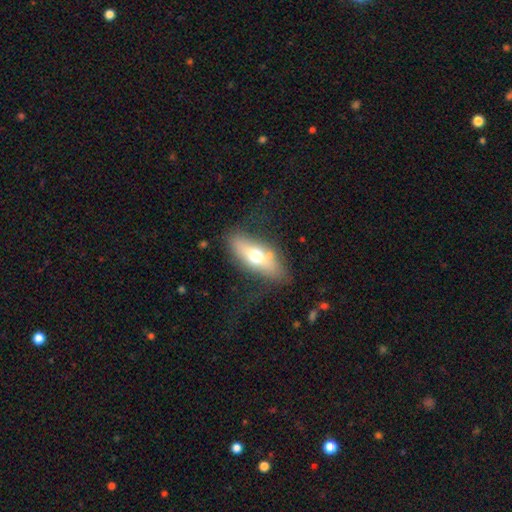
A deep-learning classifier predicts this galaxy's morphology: smooth 56%, featured or disk 37%, star or artifact 7%. Down the decision tree: how rounded — in between (73%); merging — none (66%).